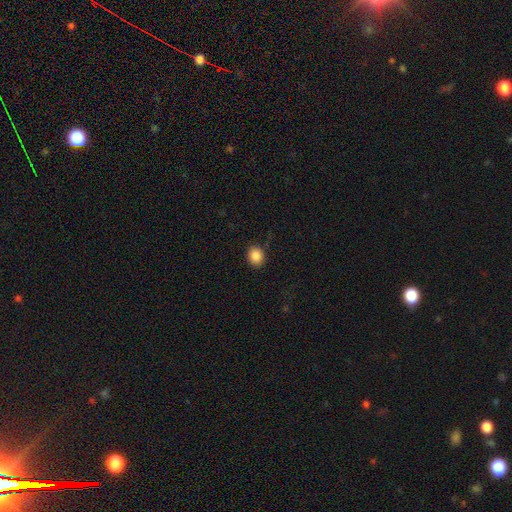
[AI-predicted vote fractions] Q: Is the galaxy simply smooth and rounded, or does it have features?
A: smooth — 87%.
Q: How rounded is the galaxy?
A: round — 72%.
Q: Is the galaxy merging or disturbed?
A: none — 87%.